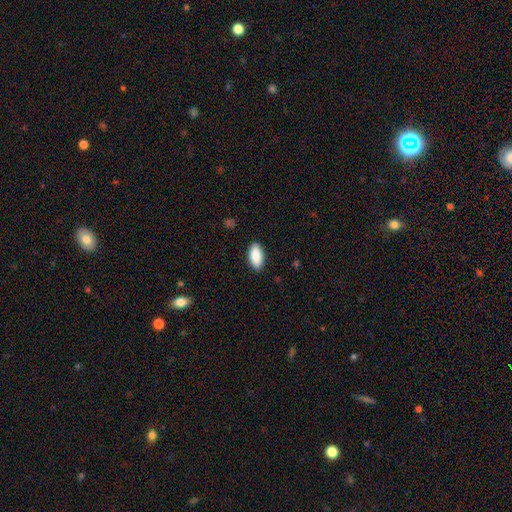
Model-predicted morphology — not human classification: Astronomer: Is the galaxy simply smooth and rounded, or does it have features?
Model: smooth — 88%.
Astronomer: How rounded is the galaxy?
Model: in between — 90%.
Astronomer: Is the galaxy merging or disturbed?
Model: none — 88%.